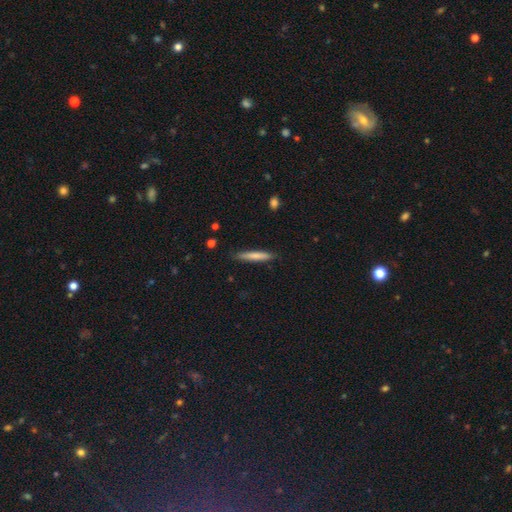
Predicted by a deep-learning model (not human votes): Smooth or featured? Predicted: smooth (p=0.75). How rounded? Predicted: cigar-shaped (p=0.93). Merging? Predicted: none (p=0.87).